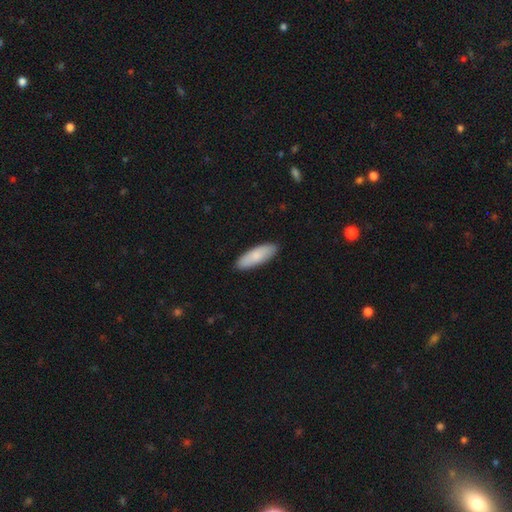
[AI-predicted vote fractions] Smooth or featured? Predicted: smooth (p=0.84). How rounded? Predicted: in between (p=0.58). Merging? Predicted: none (p=0.89).